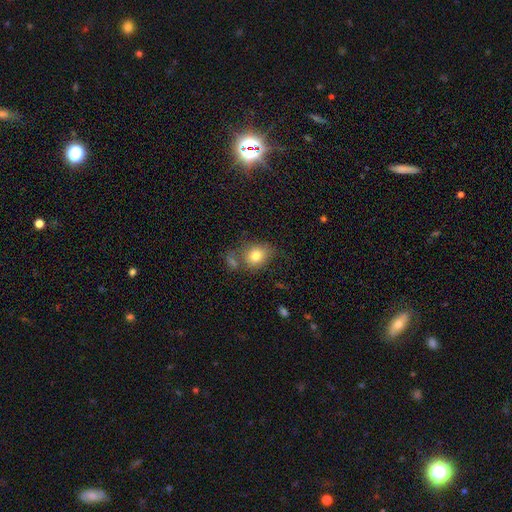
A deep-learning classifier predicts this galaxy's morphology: A smooth galaxy with no disk features (78%) that is round (52%). Merging: none (58%).